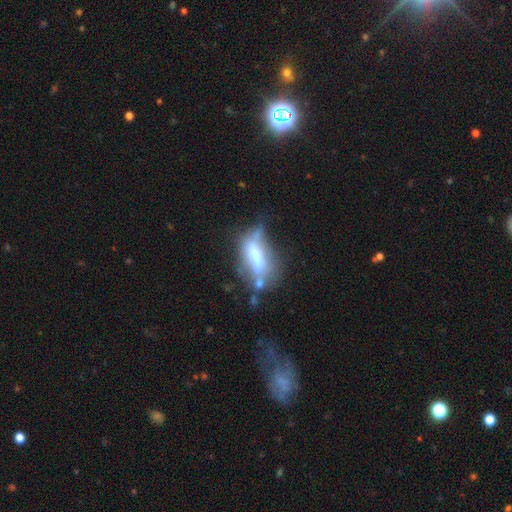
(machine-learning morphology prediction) Q: Smooth or featured?
A: smooth (47%); runner-up: featured or disk (44%)
Q: Merging?
A: none (34%); runner-up: minor disturbance (26%)